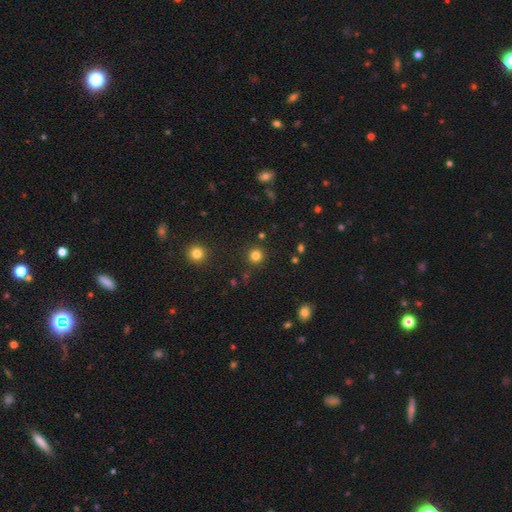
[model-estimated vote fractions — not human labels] A smooth galaxy with no disk features (81%) that is round (94%).

Vote fractions:
- Smooth or featured? smooth: 81% / star or artifact: 15% / featured or disk: 4%
- How rounded? round: 94% / in between: 5% / cigar-shaped: 1%
- Merging? none: 90% / minor disturbance: 6% / major disturbance: 2% / merger: 2%